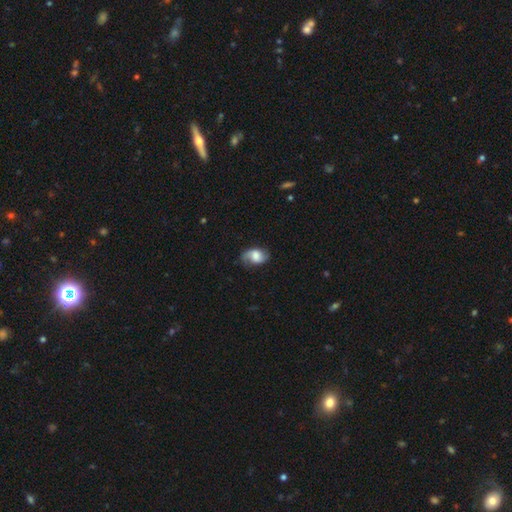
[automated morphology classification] Smooth or featured: featured or disk — 48% (smooth — 44%)
Merging: none — 73% (minor disturbance — 20%)